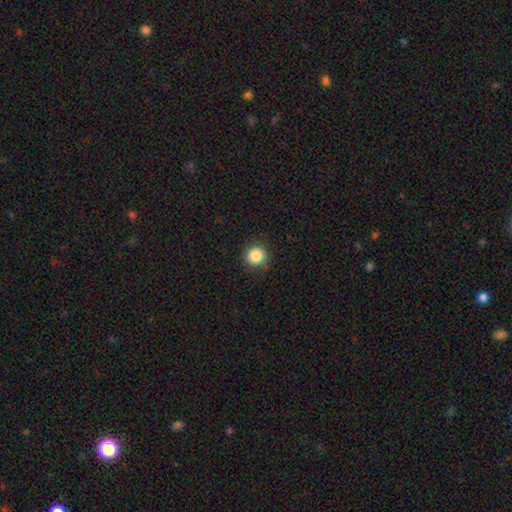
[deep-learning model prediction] A smooth galaxy with no disk features (86%) that is round (94%). Merging: none (90%).